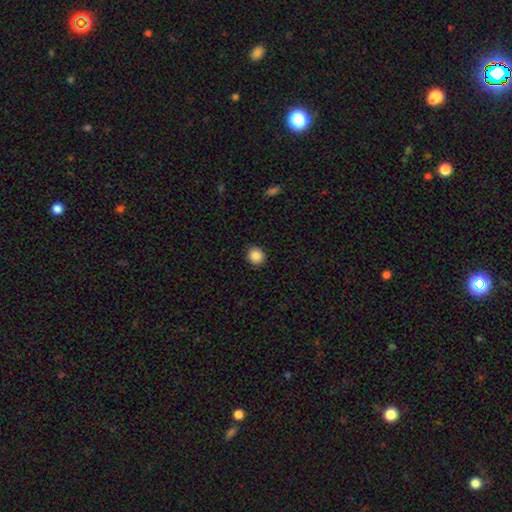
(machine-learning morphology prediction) Q: Smooth or featured?
A: smooth (87%); runner-up: star or artifact (10%)
Q: How rounded?
A: round (89%); runner-up: in between (10%)
Q: Merging?
A: none (92%); runner-up: minor disturbance (5%)